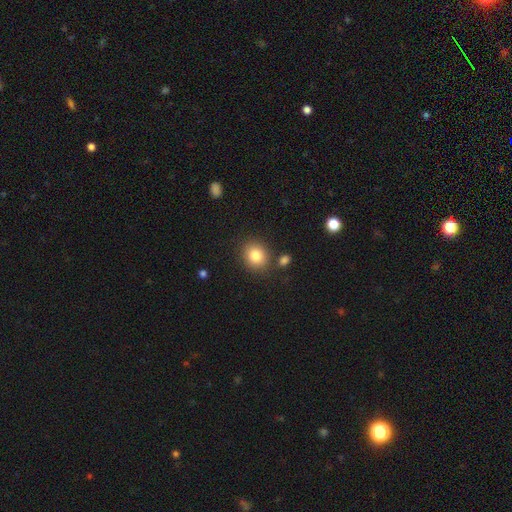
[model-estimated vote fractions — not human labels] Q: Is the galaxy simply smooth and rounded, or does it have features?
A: smooth — 83%.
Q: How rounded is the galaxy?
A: round — 73%.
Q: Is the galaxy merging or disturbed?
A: none — 82%.